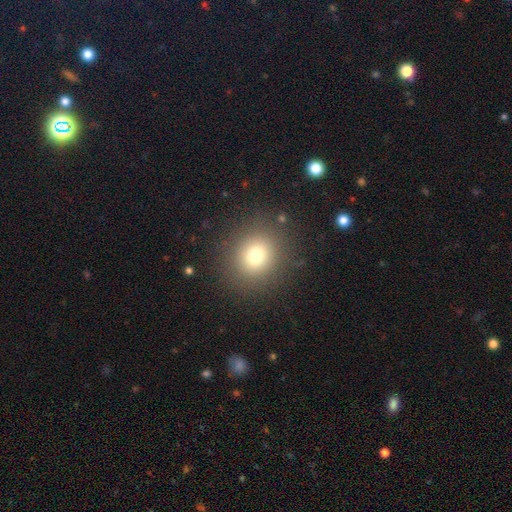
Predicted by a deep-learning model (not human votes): A smooth galaxy with no disk features (75%) that is round (84%). Merging: none (87%).